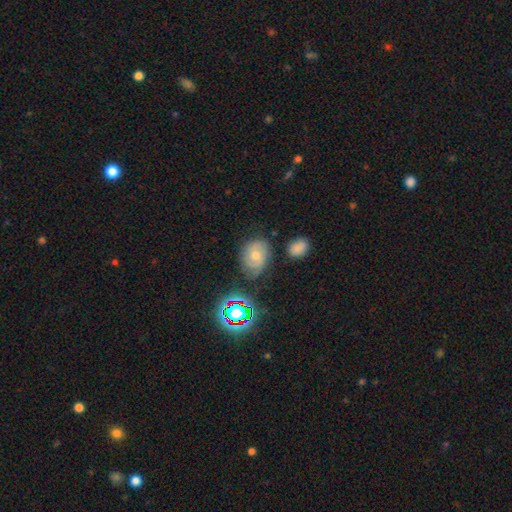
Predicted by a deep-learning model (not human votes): Morphology: type=featured or disk (49%); merging=none (66%).